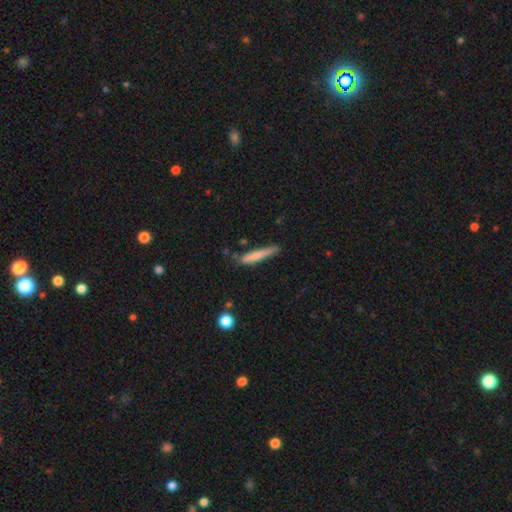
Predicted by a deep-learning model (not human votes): The model was most divided on "smooth or featured": smooth: 71%, featured or disk: 23%, star or artifact: 6%. More confident: how rounded — cigar-shaped (92%); merging — none (72%).